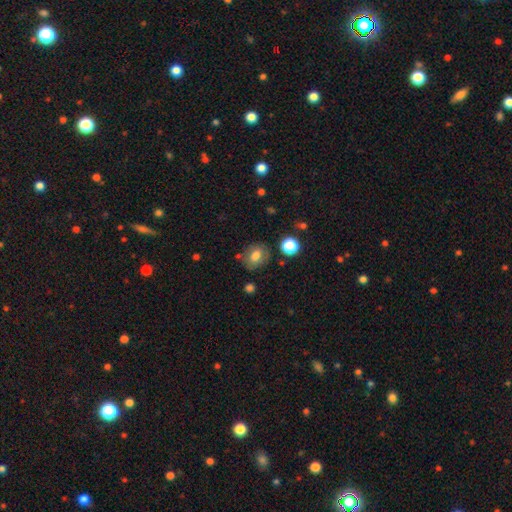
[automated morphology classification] Smooth or featured?
  - smooth: 73% *
  - featured or disk: 16%
  - star or artifact: 11%
How rounded?
  - round: 55% *
  - in between: 44%
  - cigar-shaped: 1%
Merging?
  - none: 74% *
  - minor disturbance: 16%
  - major disturbance: 5%
  - merger: 5%